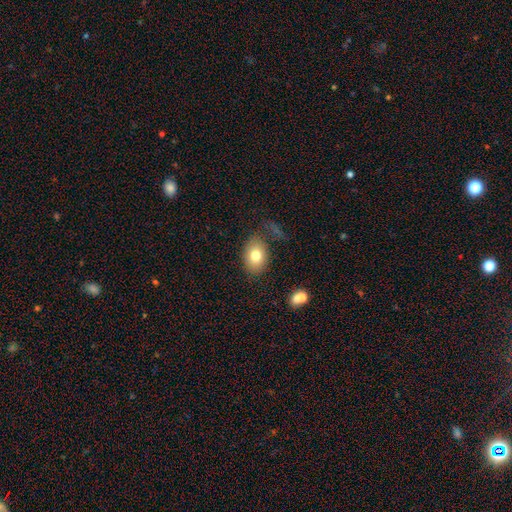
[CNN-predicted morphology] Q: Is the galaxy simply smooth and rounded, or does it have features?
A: smooth — 78%.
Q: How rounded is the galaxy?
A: in between — 77%.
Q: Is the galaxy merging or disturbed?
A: none — 73%.